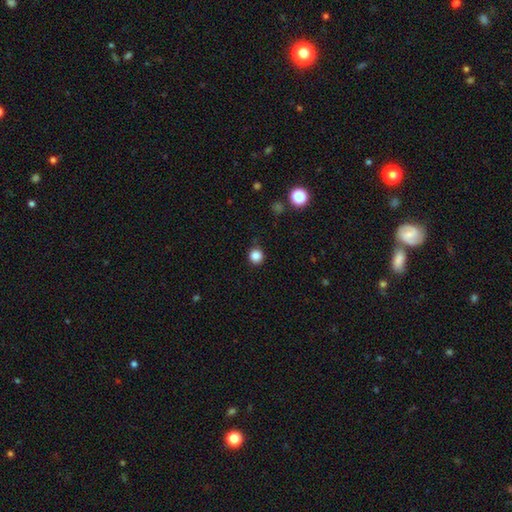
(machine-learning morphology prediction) This is clearly a smooth galaxy (84%). How rounded: clearly round (93%). Merging: clearly none (88%).